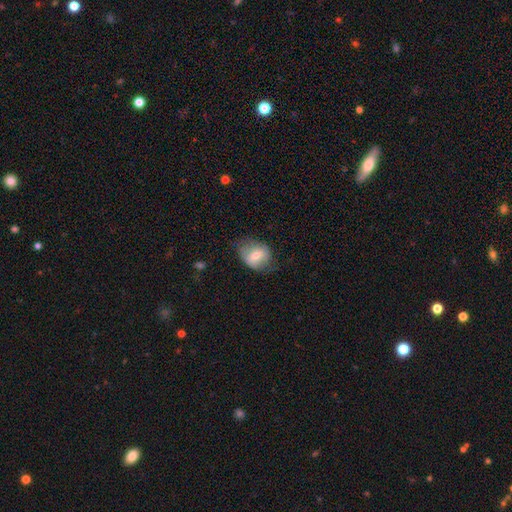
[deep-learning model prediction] smooth-or-featured: smooth: 63% | featured or disk: 29% | star or artifact: 8%
  how-rounded: in between: 52% | round: 47% | cigar-shaped: 1%
  merging: none: 61% | minor disturbance: 27% | major disturbance: 11% | merger: 1%